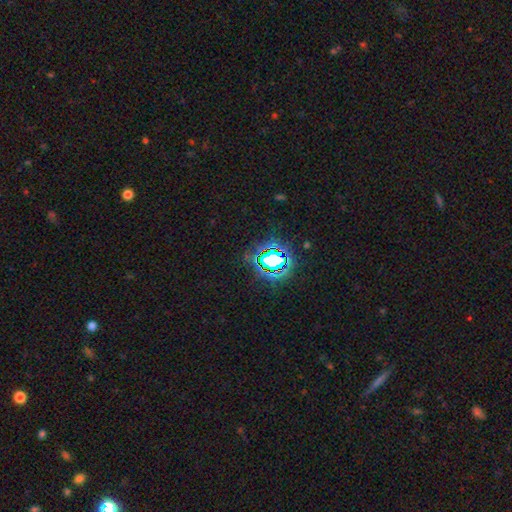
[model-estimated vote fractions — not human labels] This appears to be a star or artifact, not a galaxy (79%).